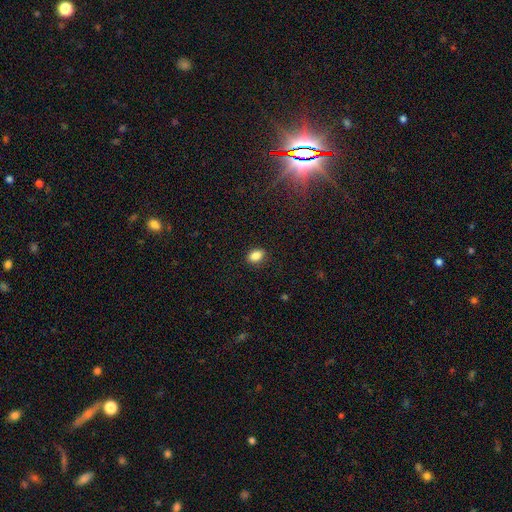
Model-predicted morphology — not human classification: A smooth galaxy with no disk features (86%) that is in between round and cigar-shaped (77%). Merging: none (87%).